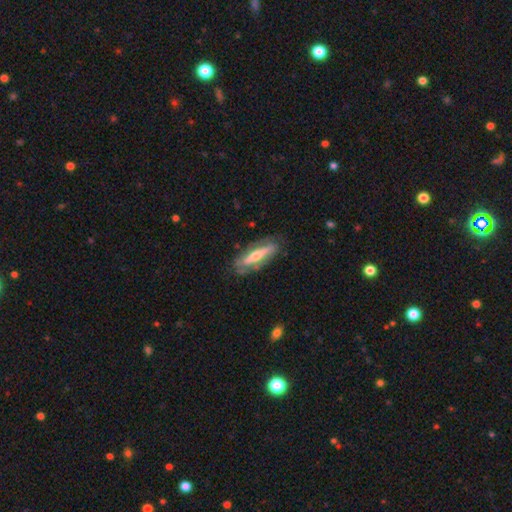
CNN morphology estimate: Smooth or featured: featured or disk — 61% (smooth — 34%)
Edge-on disk: yes — 54% (no — 46%)
Merging: none — 75% (minor disturbance — 17%)